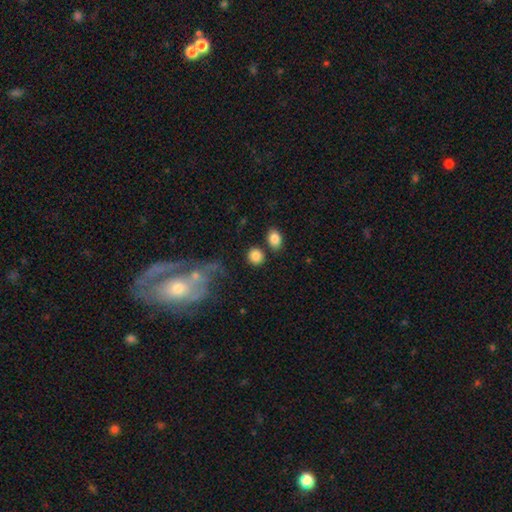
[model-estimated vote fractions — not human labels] smooth_or_featured: smooth (p=0.86) [alt: star or artifact p=0.08]
how_rounded: round (p=0.74) [alt: in between p=0.25]
merging: none (p=0.73) [alt: merger p=0.12]